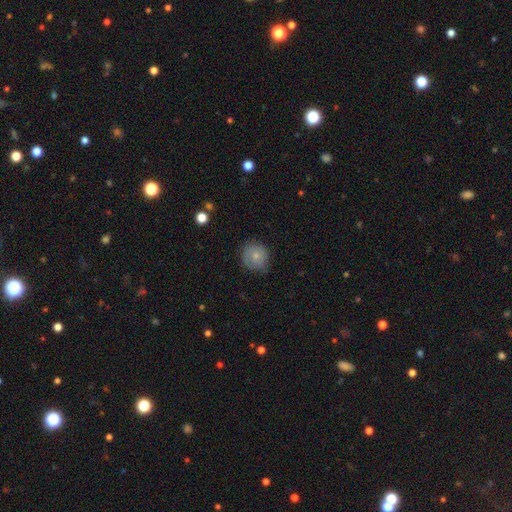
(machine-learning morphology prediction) A smooth galaxy with no disk features (69%) that is round (89%).

Vote fractions:
- Smooth or featured? smooth: 69% / featured or disk: 23% / star or artifact: 8%
- How rounded? round: 89% / in between: 10% / cigar-shaped: 1%
- Merging? none: 72% / minor disturbance: 21% / major disturbance: 5% / merger: 1%